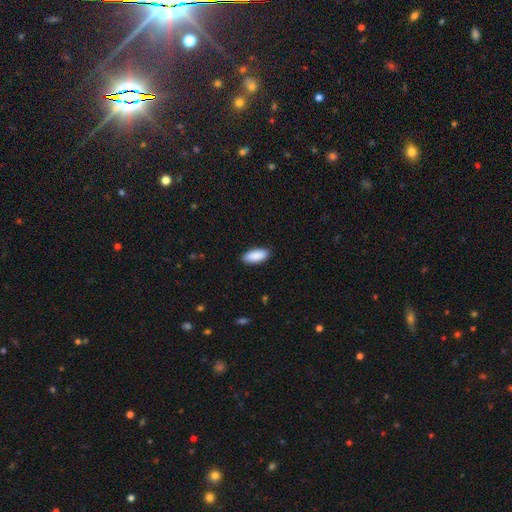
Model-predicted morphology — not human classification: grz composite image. It shows a smooth galaxy with no disk features (91%) that is in between round and cigar-shaped (86%). Merging: none (89%).